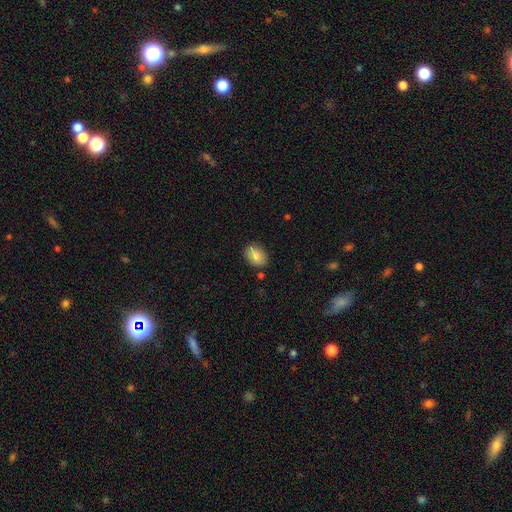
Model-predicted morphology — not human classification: A smooth galaxy with no disk features (81%) that is in between round and cigar-shaped (78%).

Vote fractions:
- Smooth or featured? smooth: 81% / featured or disk: 11% / star or artifact: 7%
- How rounded? in between: 78% / round: 20% / cigar-shaped: 1%
- Merging? none: 81% / minor disturbance: 14% / major disturbance: 3% / merger: 3%